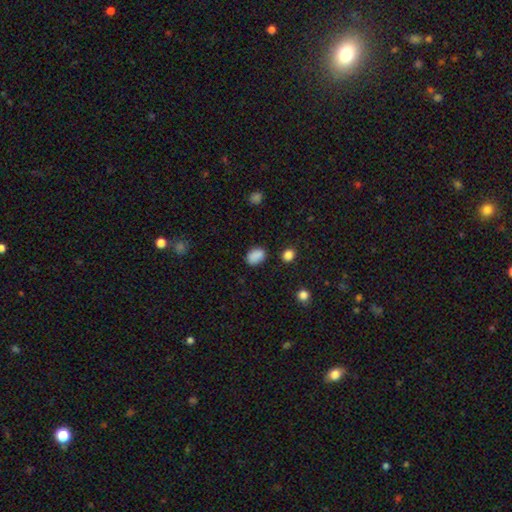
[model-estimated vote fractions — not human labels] The model was most divided on "how rounded": in between: 77%, round: 22%, cigar-shaped: 1%. More confident: smooth or featured — smooth (86%); merging — none (78%).